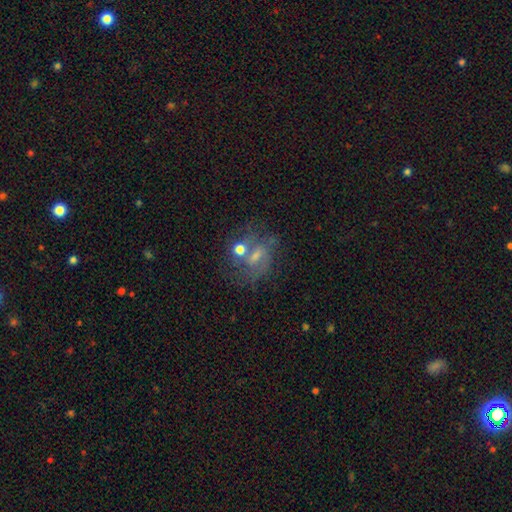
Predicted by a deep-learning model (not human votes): smooth_or_featured: featured or disk (p=0.53) [alt: smooth p=0.26]
disk_edge_on: no (p=0.95) [alt: yes p=0.05]
bar: weak (p=0.45) [alt: no p=0.39]
has_spiral_arms: yes (p=0.65) [alt: no p=0.35]
bulge_size: moderate (p=0.40) [alt: small p=0.39]
merging: none (p=0.49) [alt: merger p=0.20]